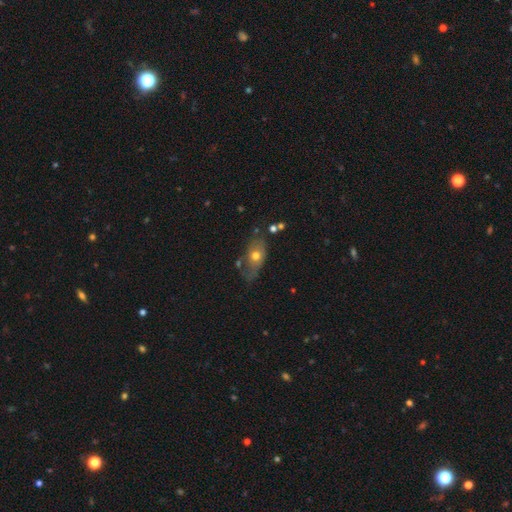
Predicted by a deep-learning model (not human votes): smooth 58%, featured or disk 33%, star or artifact 9%. Down the decision tree: how rounded — in between (79%); merging — none (53%).